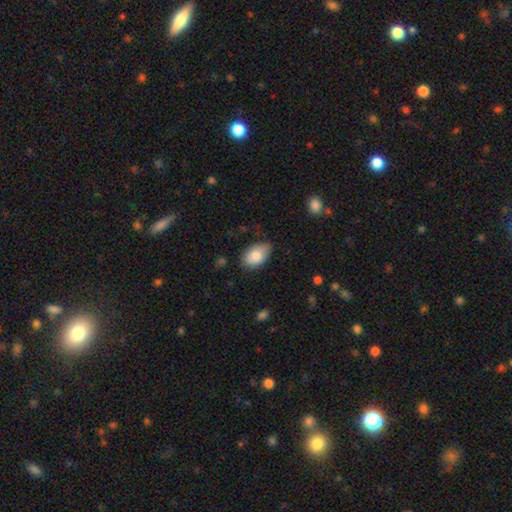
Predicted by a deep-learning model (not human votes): The model was most divided on "merging": none: 73%, minor disturbance: 22%, major disturbance: 4%, merger: 1%. More confident: how rounded — in between (91%); smooth or featured — smooth (83%).